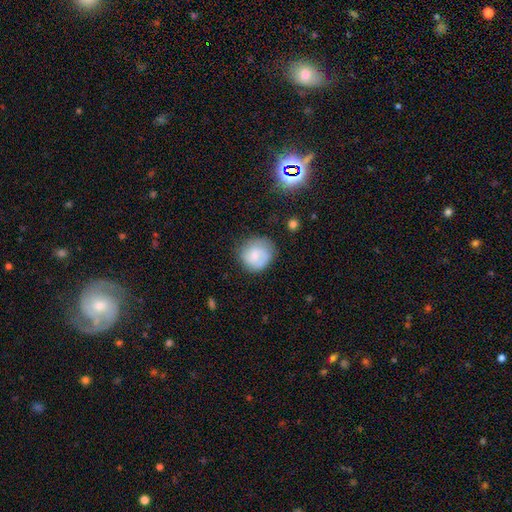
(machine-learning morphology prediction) A smooth galaxy with no disk features (59%) that is round (86%). Merging: none (70%).